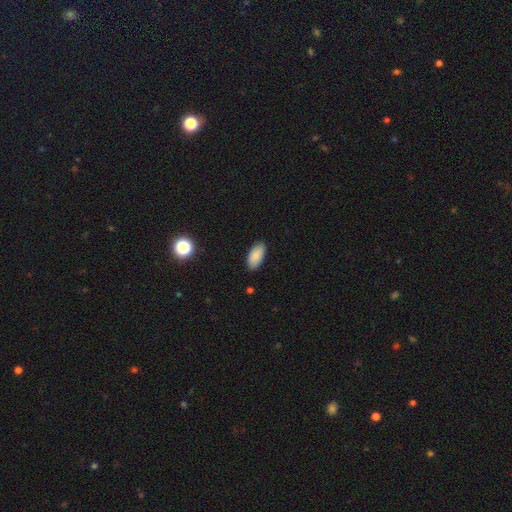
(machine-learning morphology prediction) Overall: smooth (87%). How rounded: in between (93%). Merging: none (87%).